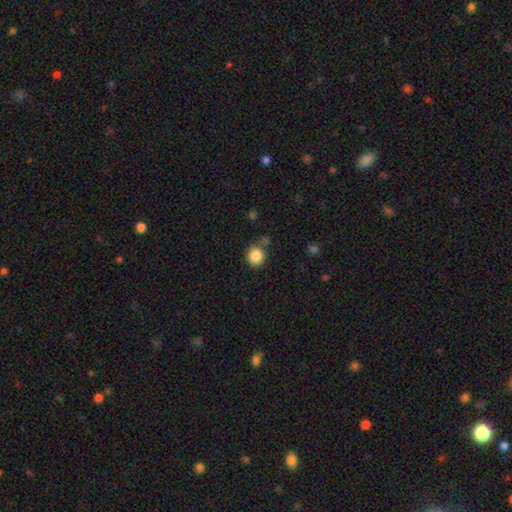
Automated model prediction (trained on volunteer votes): Smooth or featured? Predicted: smooth (p=0.86). How rounded? Predicted: round (p=0.86). Merging? Predicted: none (p=0.76).